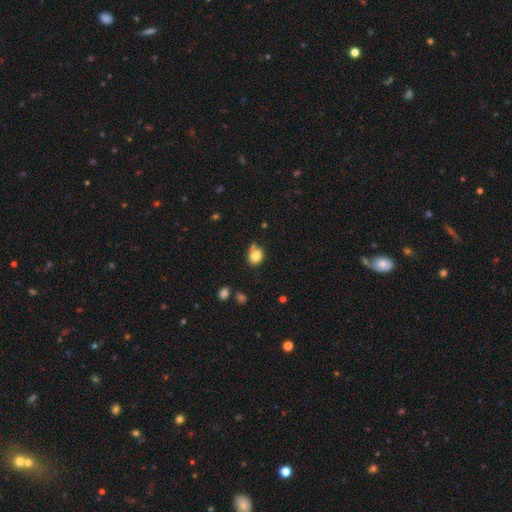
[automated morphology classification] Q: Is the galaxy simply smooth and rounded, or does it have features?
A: smooth — 80%.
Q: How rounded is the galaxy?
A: round — 69%.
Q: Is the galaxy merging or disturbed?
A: none — 60%.